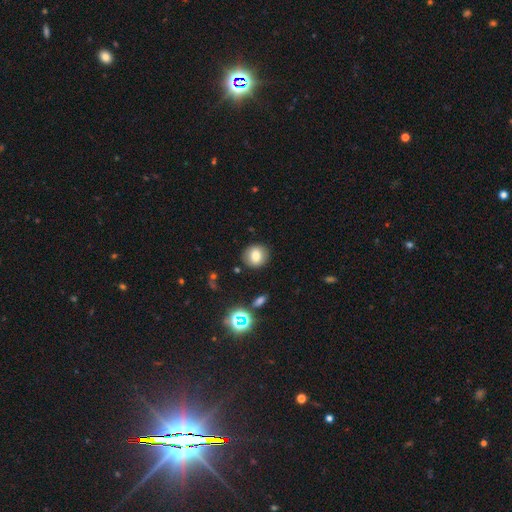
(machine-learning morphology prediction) A smooth galaxy with no disk features (77%) that is round (81%). Merging: none (88%).